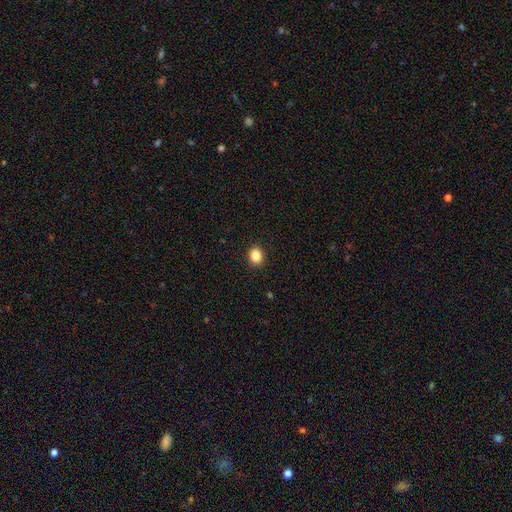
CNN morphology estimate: Smooth or featured? smooth (85%)
How rounded? round (56%)
Merging? none (92%)